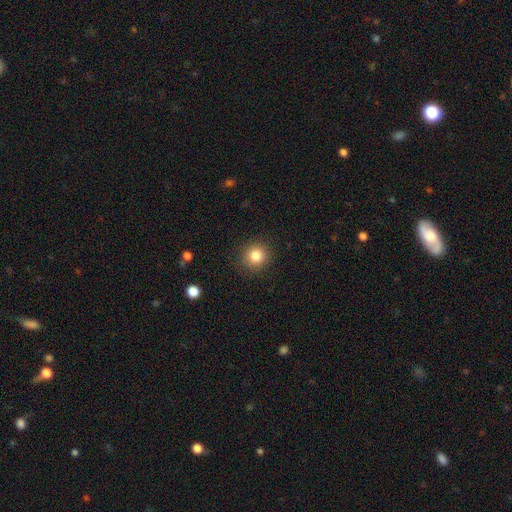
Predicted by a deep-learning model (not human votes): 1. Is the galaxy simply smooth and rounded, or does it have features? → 83% smooth, 11% star or artifact, 6% featured or disk.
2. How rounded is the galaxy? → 91% round, 8% in between, 1% cigar-shaped.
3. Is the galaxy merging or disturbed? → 90% none, 7% minor disturbance, 2% major disturbance, 1% merger.